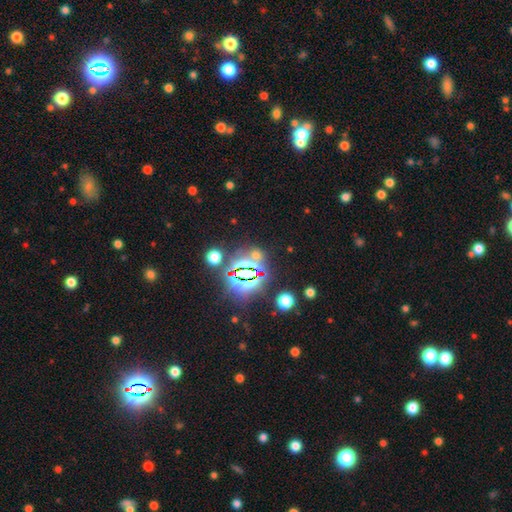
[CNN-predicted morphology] Smooth or featured? star or artifact (62%)